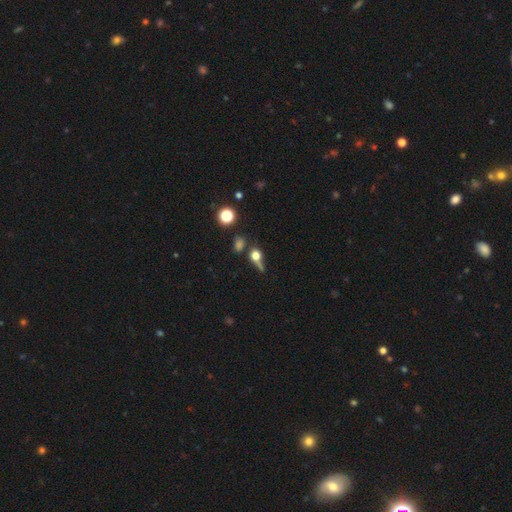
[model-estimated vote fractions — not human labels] This appears to be a smooth galaxy with no disk features (62%) that is round (64%). Merging: none (42%).